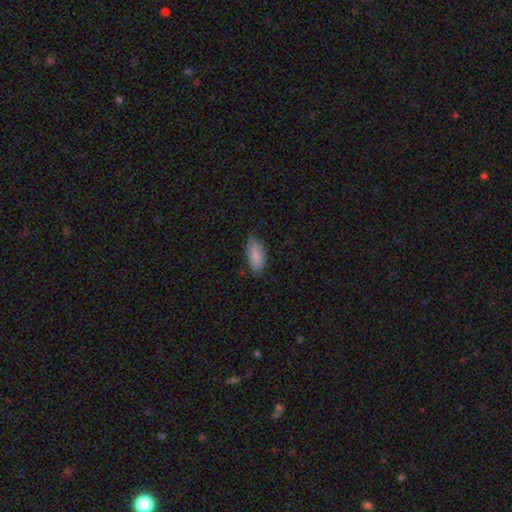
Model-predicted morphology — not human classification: This appears to be a smooth galaxy with no disk features (86%) that is in between round and cigar-shaped (90%). Merging: none (74%).